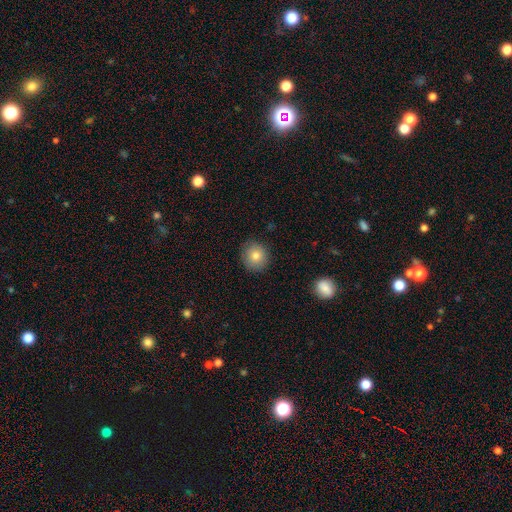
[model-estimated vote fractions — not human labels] smooth_or_featured: smooth (p=0.80) [alt: featured or disk p=0.10]
how_rounded: round (p=0.89) [alt: in between p=0.10]
merging: none (p=0.89) [alt: minor disturbance p=0.08]